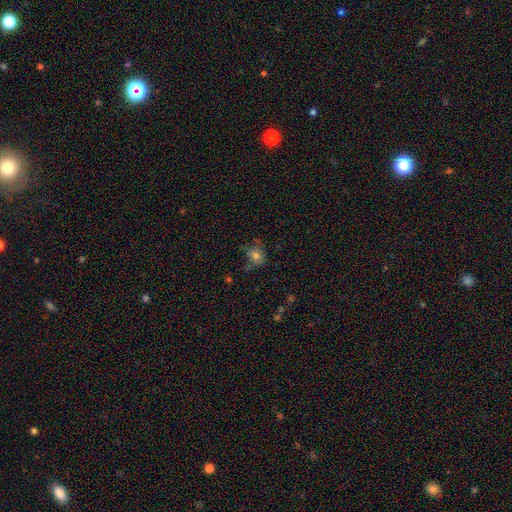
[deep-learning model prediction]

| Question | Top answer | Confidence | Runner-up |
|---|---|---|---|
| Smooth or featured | smooth | 71% | featured or disk (15%) |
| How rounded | round | 59% | in between (40%) |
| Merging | none | 54% | minor disturbance (26%) |